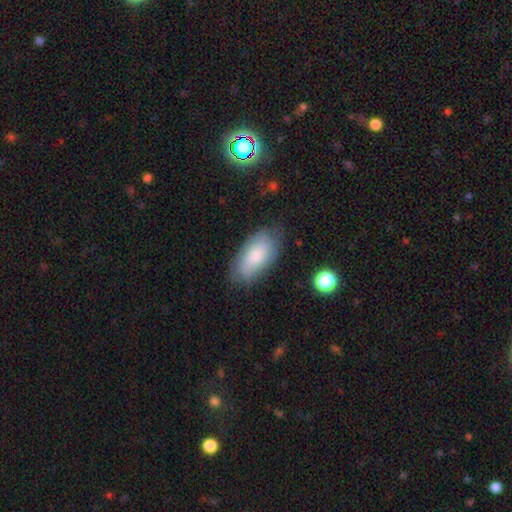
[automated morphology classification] This is likely a smooth galaxy (72%). How rounded: clearly in between (92%). Merging: likely none (72%).